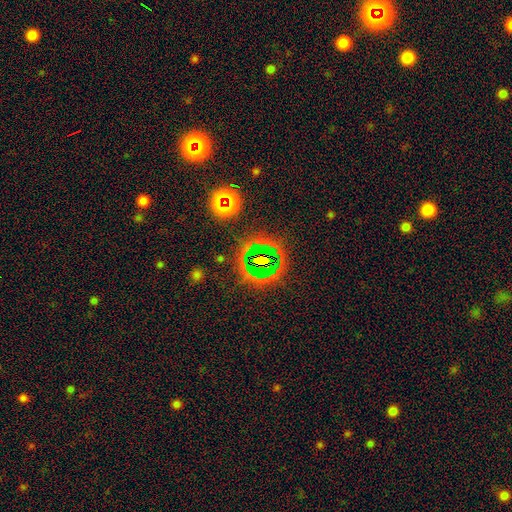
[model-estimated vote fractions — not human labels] A star or artifact, not a galaxy (67%).